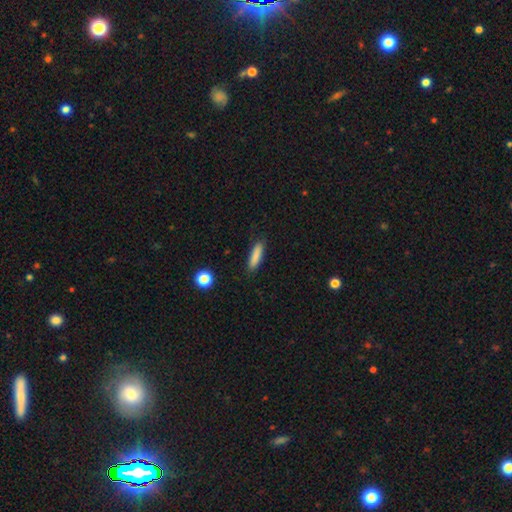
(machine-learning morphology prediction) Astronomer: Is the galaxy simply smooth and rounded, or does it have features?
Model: smooth — 85%.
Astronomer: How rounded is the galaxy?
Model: cigar-shaped — 73%.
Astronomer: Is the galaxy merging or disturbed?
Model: none — 86%.